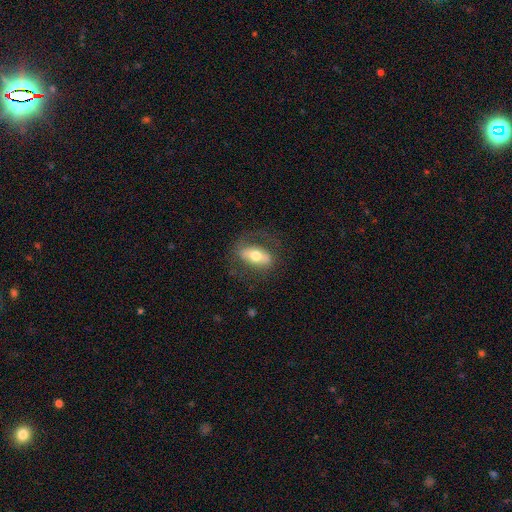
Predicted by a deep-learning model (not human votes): This is possibly a smooth galaxy (49%). Merging: likely none (71%).